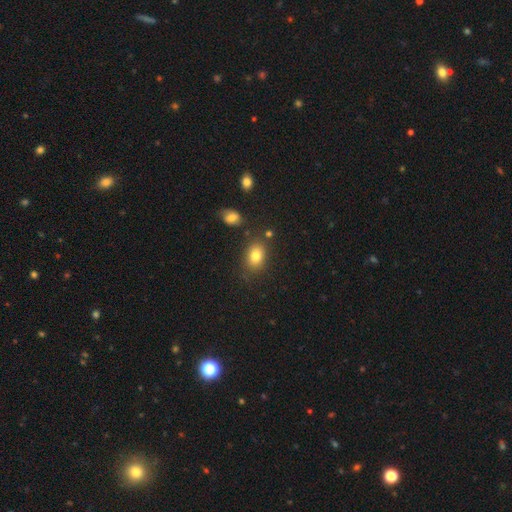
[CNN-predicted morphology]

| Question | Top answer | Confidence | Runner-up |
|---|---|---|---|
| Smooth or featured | smooth | 81% | star or artifact (10%) |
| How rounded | in between | 72% | round (27%) |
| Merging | none | 78% | minor disturbance (13%) |